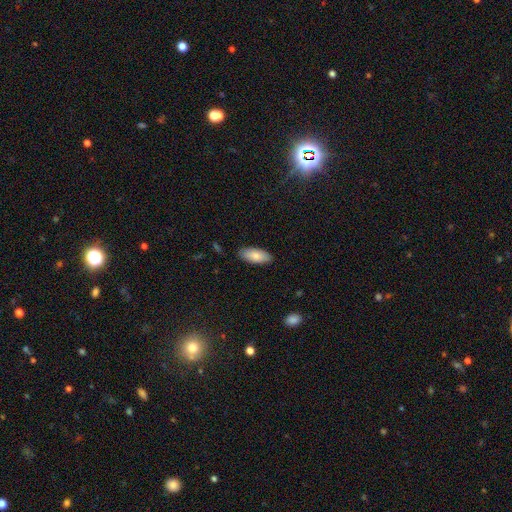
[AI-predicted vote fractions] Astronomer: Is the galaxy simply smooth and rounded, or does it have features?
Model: smooth — 83%.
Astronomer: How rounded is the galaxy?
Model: in between — 85%.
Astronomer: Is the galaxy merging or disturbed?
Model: none — 86%.